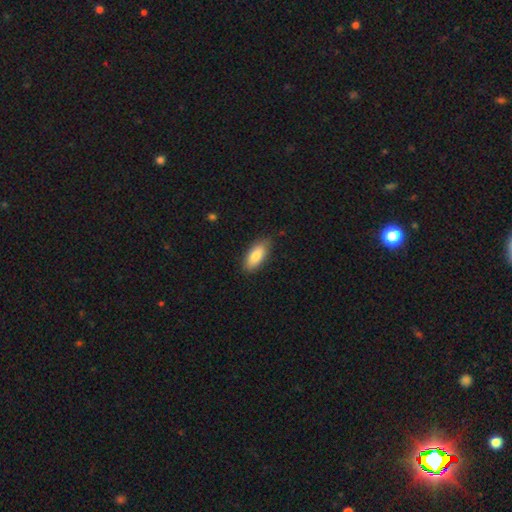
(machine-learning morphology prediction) smooth-or-featured: smooth: 84% | featured or disk: 10% | star or artifact: 6%
  how-rounded: in between: 85% | cigar-shaped: 13% | round: 2%
  merging: none: 84% | minor disturbance: 13% | major disturbance: 2% | merger: 1%